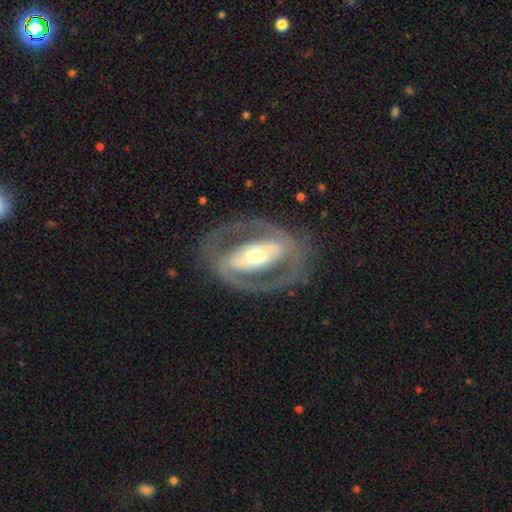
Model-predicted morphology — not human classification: A featured or disk galaxy (80%) with a strong bar (51%), no spiral arms (51%) and a moderate central bulge (63%).

Vote fractions:
- Smooth or featured? featured or disk: 80% / smooth: 16% / star or artifact: 5%
- Edge-on disk? no: 93% / yes: 7%
- Bar? strong: 51% / no: 28% / weak: 21%
- Spiral arms? no: 51% / yes: 49%
- Bulge size? moderate: 63% / small: 19% / large: 15% / dominant: 2% / none: 1%
- Merging? none: 75% / minor disturbance: 13% / major disturbance: 11% / merger: 1%